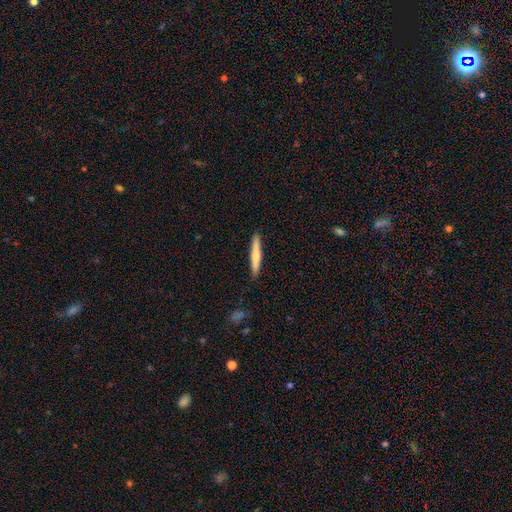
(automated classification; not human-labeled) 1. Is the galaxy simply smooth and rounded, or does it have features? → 64% smooth, 31% featured or disk, 5% star or artifact.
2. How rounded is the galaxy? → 94% cigar-shaped, 5% in between, 1% round.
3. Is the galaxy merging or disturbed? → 90% none, 7% minor disturbance, 1% major disturbance, 1% merger.